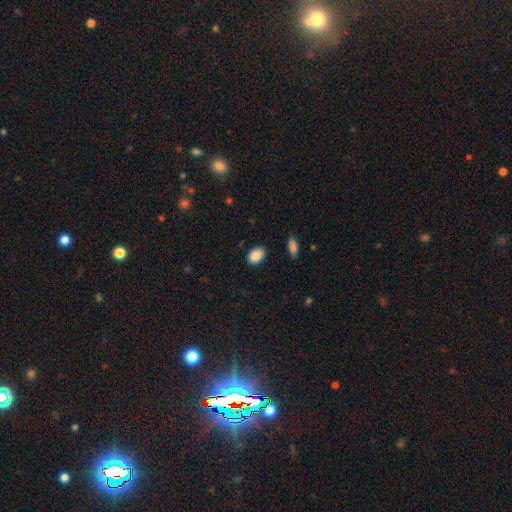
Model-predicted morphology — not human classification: Smooth or featured? smooth (89%)
How rounded? in between (82%)
Merging? none (86%)